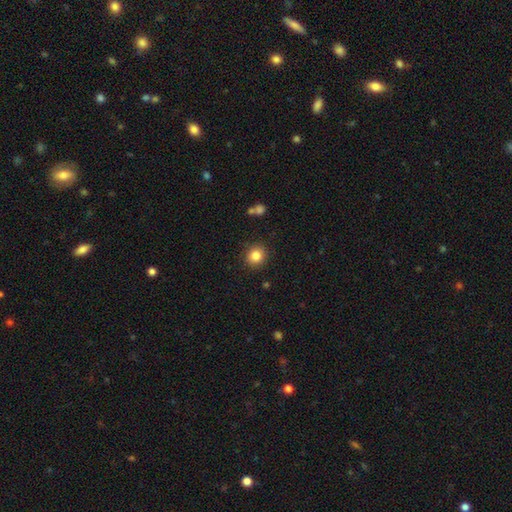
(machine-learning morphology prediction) Smooth or featured? Predicted: smooth (p=0.84). How rounded? Predicted: round (p=0.86). Merging? Predicted: none (p=0.89).